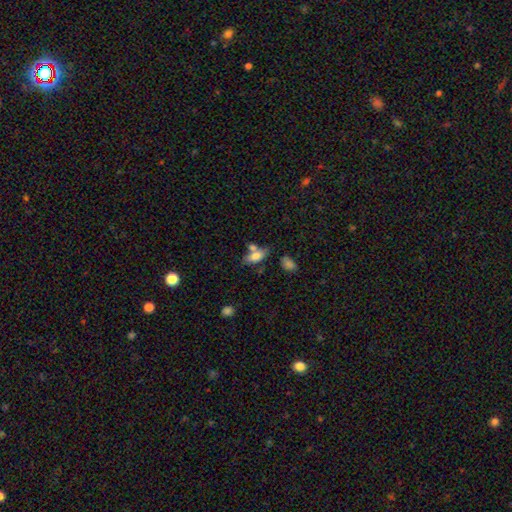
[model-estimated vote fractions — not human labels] smooth_or_featured: smooth (p=0.74) [alt: featured or disk p=0.18]
how_rounded: in between (p=0.81) [alt: cigar-shaped p=0.15]
merging: none (p=0.51) [alt: merger p=0.29]